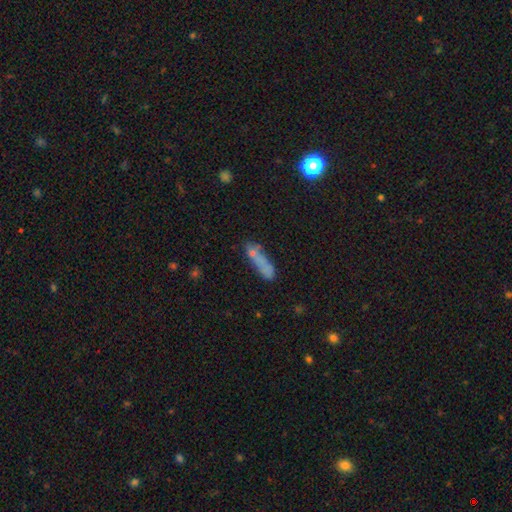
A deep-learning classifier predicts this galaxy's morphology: Smooth or featured? Predicted: smooth (p=0.66). How rounded? Predicted: cigar-shaped (p=0.58). Merging? Predicted: none (p=0.37).